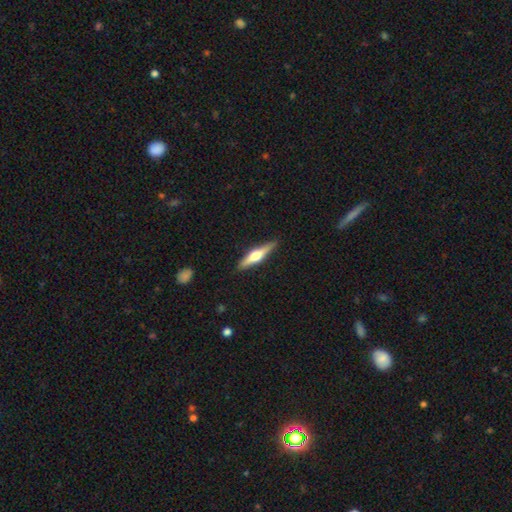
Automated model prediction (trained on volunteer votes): Smooth or featured?
  - featured or disk: 64% *
  - smooth: 31%
  - star or artifact: 5%
Edge-on disk?
  - yes: 97% *
  - no: 3%
Edge-on bulge?
  - rounded: 94% *
  - boxy: 4%
  - none: 2%
Merging?
  - none: 90% *
  - minor disturbance: 8%
  - major disturbance: 2%
  - merger: 1%